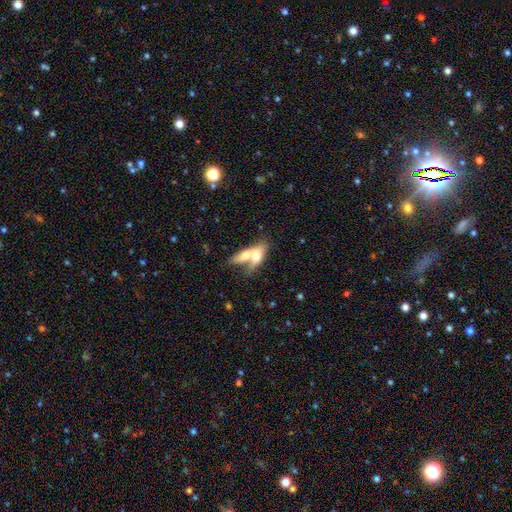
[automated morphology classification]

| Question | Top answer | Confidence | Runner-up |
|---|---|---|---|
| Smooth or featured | smooth | 65% | featured or disk (29%) |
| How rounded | in between | 64% | cigar-shaped (31%) |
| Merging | merger | 68% | none (21%) |